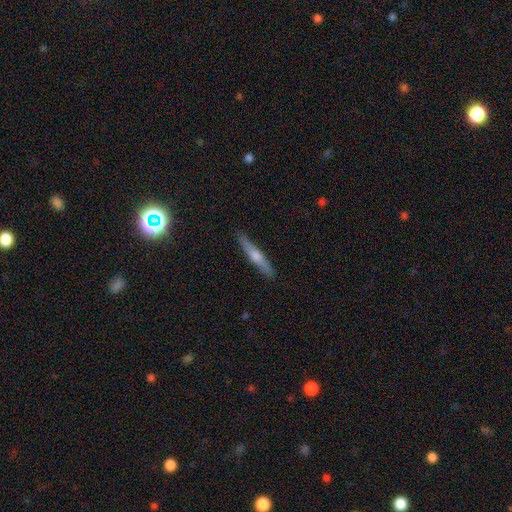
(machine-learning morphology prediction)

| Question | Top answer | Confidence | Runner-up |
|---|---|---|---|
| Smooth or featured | featured or disk | 57% | smooth (34%) |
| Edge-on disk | yes | 95% | no (5%) |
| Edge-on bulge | rounded | 80% | none (14%) |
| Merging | none | 90% | minor disturbance (7%) |